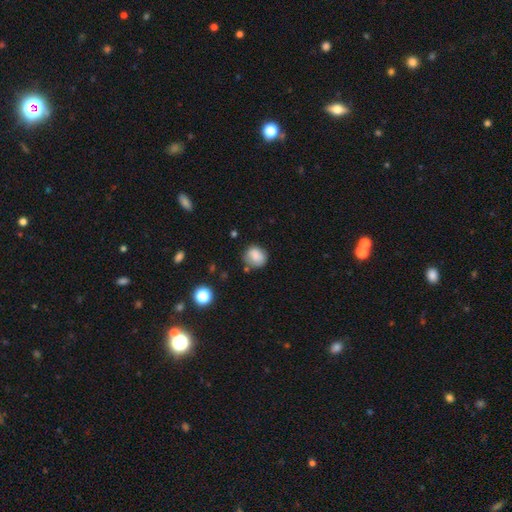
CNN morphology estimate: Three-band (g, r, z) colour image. It shows a smooth galaxy with no disk features (82%) that is round (76%). Merging: none (71%).